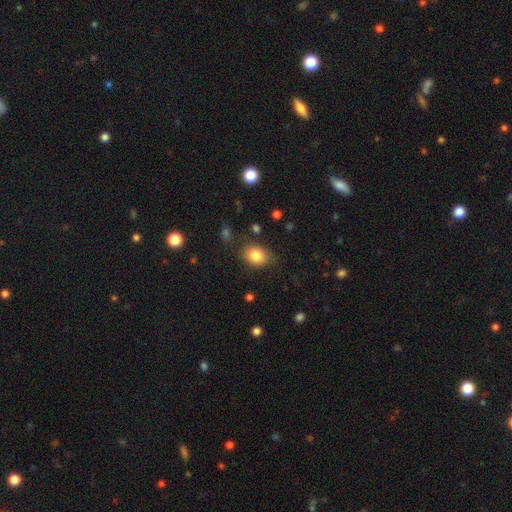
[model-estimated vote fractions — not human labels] Q: Smooth or featured?
A: smooth (82%); runner-up: star or artifact (9%)
Q: How rounded?
A: in between (62%); runner-up: round (37%)
Q: Merging?
A: none (77%); runner-up: minor disturbance (16%)